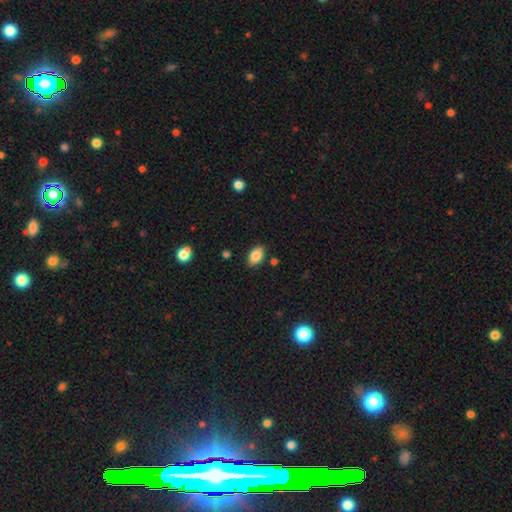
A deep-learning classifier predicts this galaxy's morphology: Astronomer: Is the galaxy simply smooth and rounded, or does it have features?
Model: smooth — 82%.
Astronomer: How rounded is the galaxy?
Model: in between — 89%.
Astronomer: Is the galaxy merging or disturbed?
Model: none — 85%.